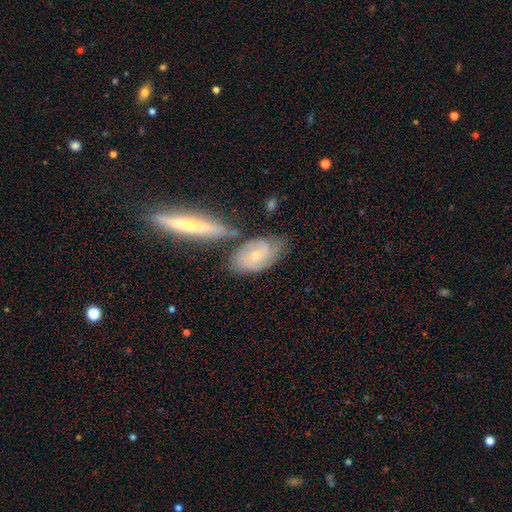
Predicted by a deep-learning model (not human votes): smooth_or_featured: featured or disk (p=0.80) [alt: smooth p=0.14]
disk_edge_on: no (p=0.92) [alt: yes p=0.08]
bar: no (p=0.63) [alt: weak p=0.30]
has_spiral_arms: yes (p=0.94) [alt: no p=0.06]
spiral_winding: tight (p=0.56) [alt: medium p=0.35]
spiral_arm_count: 2 (p=0.49) [alt: can't tell p=0.24]
bulge_size: small (p=0.61) [alt: moderate p=0.35]
merging: none (p=0.57) [alt: minor disturbance p=0.19]